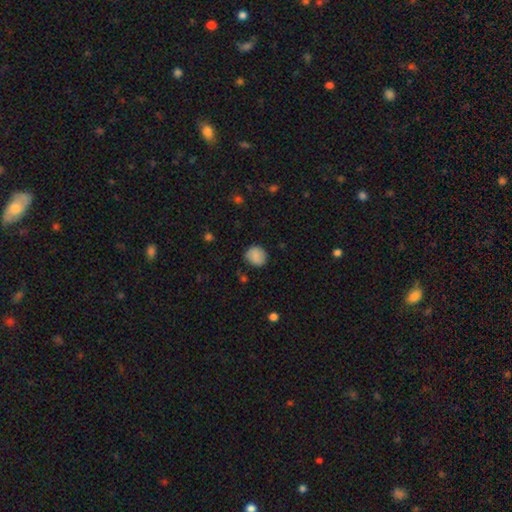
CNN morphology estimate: Smooth or featured: smooth — 80% (featured or disk — 11%)
How rounded: round — 81% (in between — 18%)
Merging: none — 77% (minor disturbance — 17%)